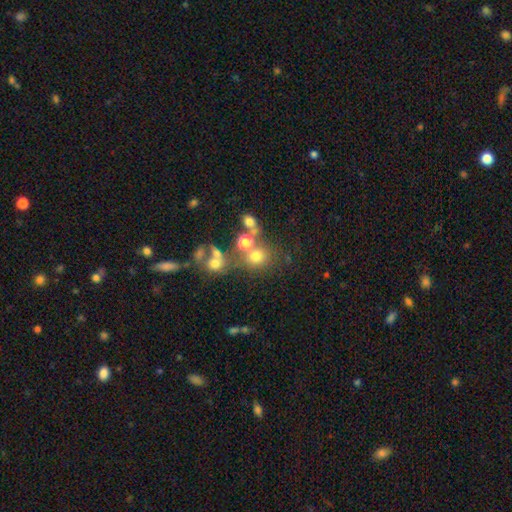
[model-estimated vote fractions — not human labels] Smooth or featured: smooth — 66% (star or artifact — 20%)
How rounded: round — 79% (in between — 19%)
Merging: none — 54% (merger — 28%)